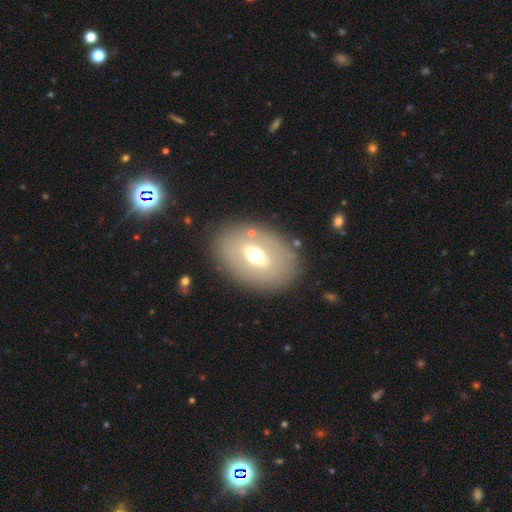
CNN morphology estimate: Smooth or featured? Predicted: featured or disk (p=0.46, tied with smooth). Merging? Predicted: none (p=0.83).